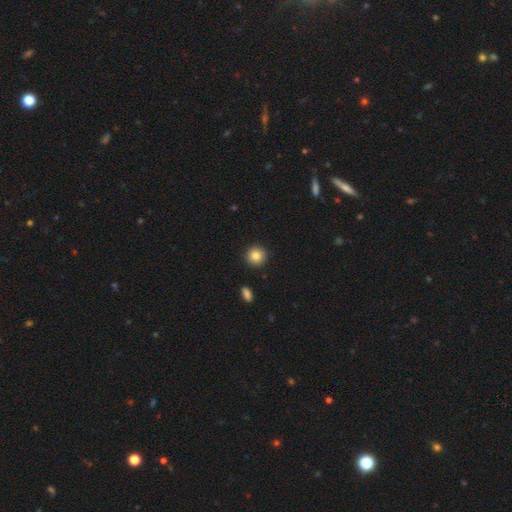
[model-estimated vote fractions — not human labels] smooth_or_featured: smooth (p=0.86) [alt: star or artifact p=0.09]
how_rounded: round (p=0.94) [alt: in between p=0.05]
merging: none (p=0.92) [alt: minor disturbance p=0.05]